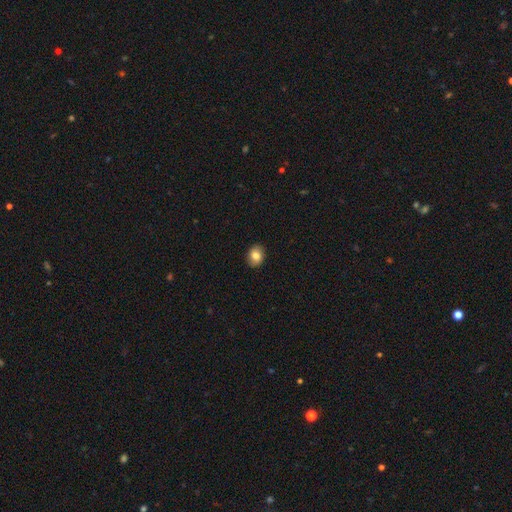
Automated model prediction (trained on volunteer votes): Q: Smooth or featured?
A: smooth (80%); runner-up: featured or disk (11%)
Q: How rounded?
A: in between (54%); runner-up: round (45%)
Q: Merging?
A: none (88%); runner-up: minor disturbance (9%)